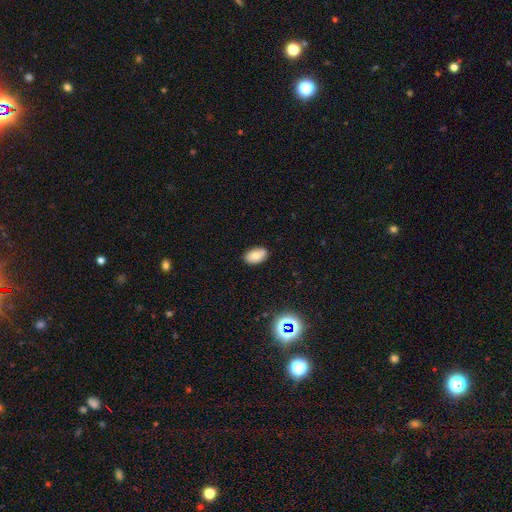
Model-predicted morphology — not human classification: A smooth galaxy with no disk features (81%) that is in between round and cigar-shaped (92%).

Vote fractions:
- Smooth or featured? smooth: 81% / star or artifact: 10% / featured or disk: 9%
- How rounded? in between: 92% / round: 6% / cigar-shaped: 2%
- Merging? none: 83% / minor disturbance: 13% / major disturbance: 2% / merger: 2%